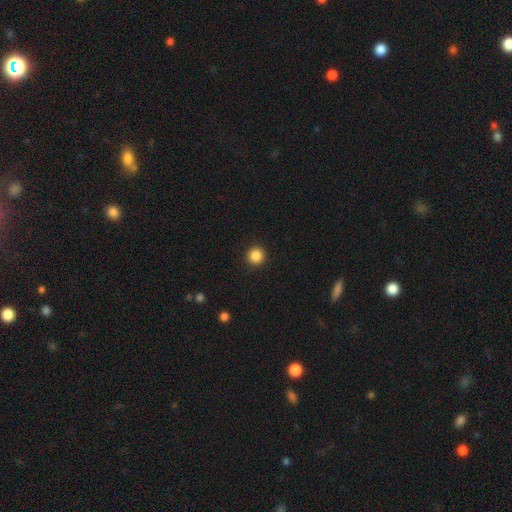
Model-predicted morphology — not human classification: smooth 86%, star or artifact 11%, featured or disk 3%. Down the decision tree: how rounded — round (95%); merging — none (93%).